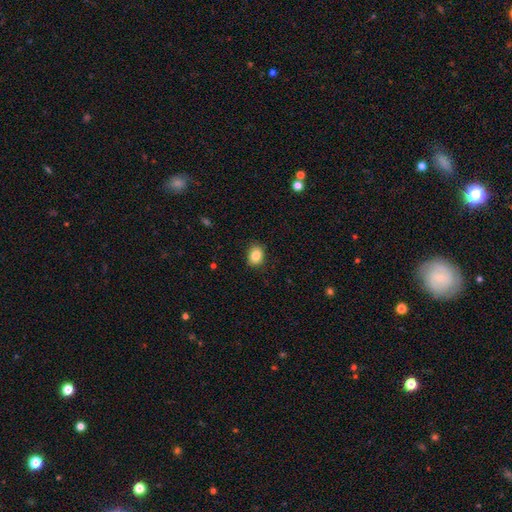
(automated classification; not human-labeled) A smooth galaxy with no disk features (85%) that is in between round and cigar-shaped (56%).

Vote fractions:
- Smooth or featured? smooth: 85% / star or artifact: 9% / featured or disk: 5%
- How rounded? in between: 56% / round: 43% / cigar-shaped: 1%
- Merging? none: 86% / minor disturbance: 11% / major disturbance: 2% / merger: 1%